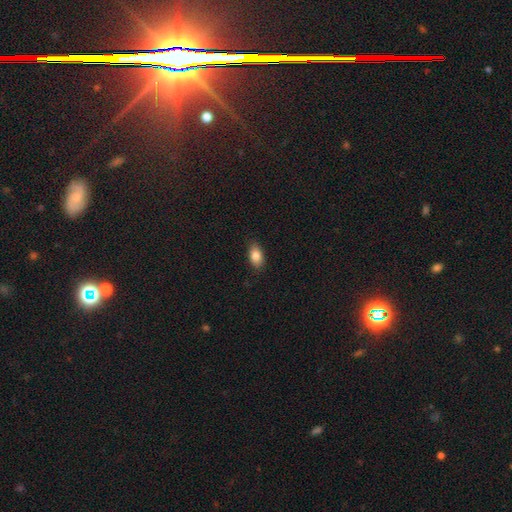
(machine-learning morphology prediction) type=smooth (84%); roundness=in between (89%); merging=none (86%).